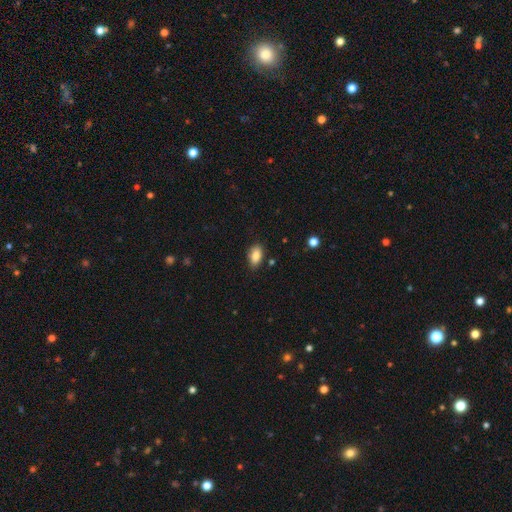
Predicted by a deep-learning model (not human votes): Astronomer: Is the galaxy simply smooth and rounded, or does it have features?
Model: smooth — 85%.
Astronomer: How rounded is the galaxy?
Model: in between — 90%.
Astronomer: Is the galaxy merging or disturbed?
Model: none — 80%.